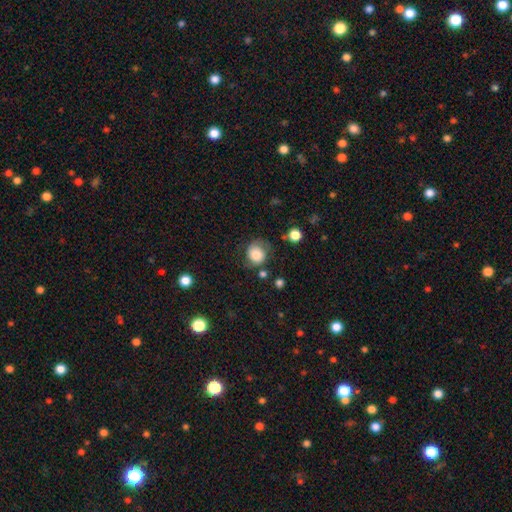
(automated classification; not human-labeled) This appears to be a smooth galaxy with no disk features (71%) that is round (77%). Merging: none (61%).